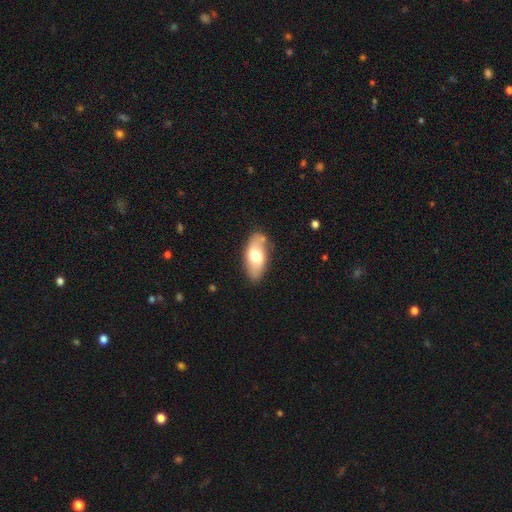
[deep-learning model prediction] smooth 60%, featured or disk 34%, star or artifact 6%. Down the decision tree: how rounded — in between (89%); merging — none (76%).